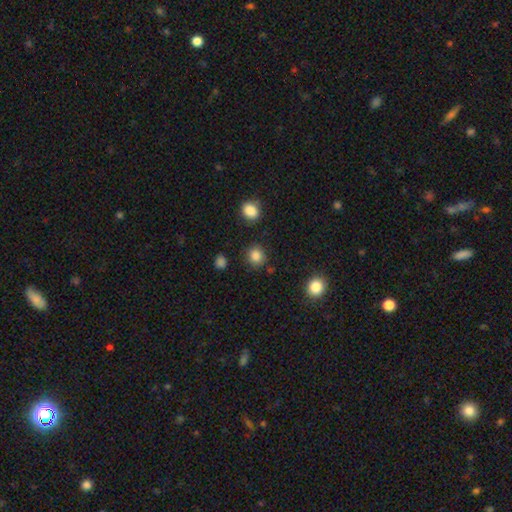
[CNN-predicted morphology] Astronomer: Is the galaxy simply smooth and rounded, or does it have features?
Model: smooth — 84%.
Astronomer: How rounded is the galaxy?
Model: round — 85%.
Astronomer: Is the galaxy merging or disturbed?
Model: none — 85%.